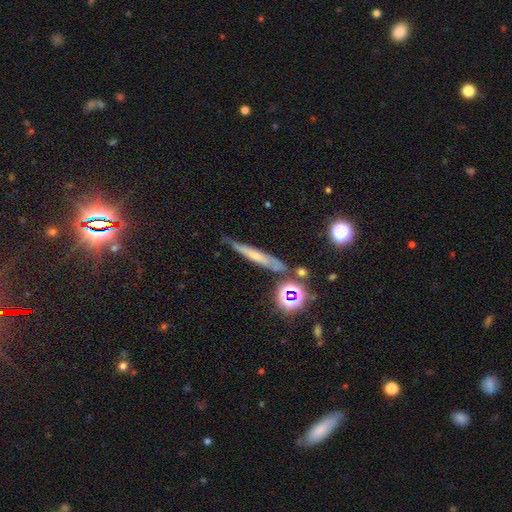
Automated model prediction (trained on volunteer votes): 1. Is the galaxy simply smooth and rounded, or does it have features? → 41% smooth, 40% featured or disk, 19% star or artifact.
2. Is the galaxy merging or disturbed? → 75% none, 16% minor disturbance, 5% merger, 4% major disturbance.